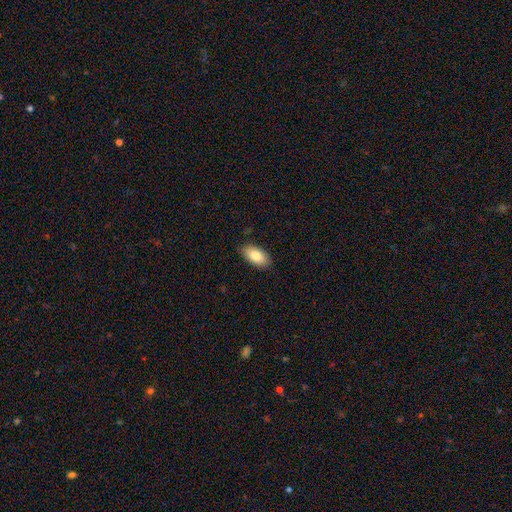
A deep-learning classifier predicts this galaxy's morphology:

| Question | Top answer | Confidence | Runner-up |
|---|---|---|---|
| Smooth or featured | smooth | 83% | featured or disk (11%) |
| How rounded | in between | 93% | cigar-shaped (4%) |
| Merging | none | 87% | minor disturbance (10%) |